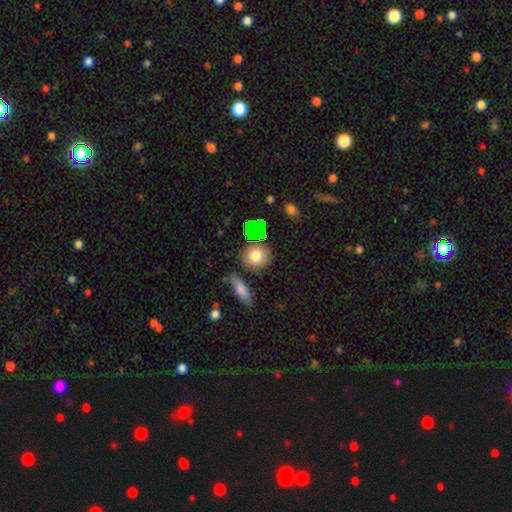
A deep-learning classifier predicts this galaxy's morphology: The model was most divided on "how rounded": round: 66%, in between: 31%, cigar-shaped: 3%. More confident: merging — none (75%); smooth or featured — smooth (71%).